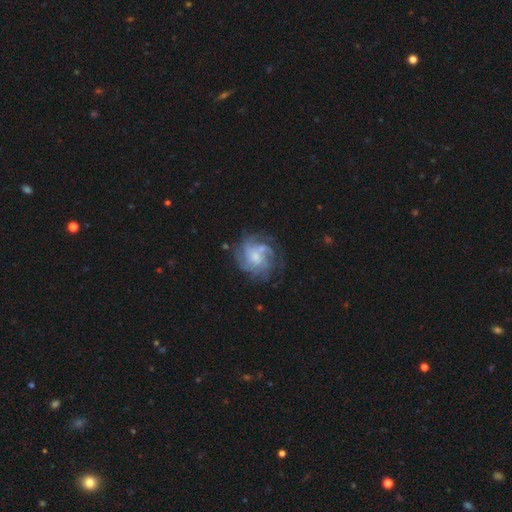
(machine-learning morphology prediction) smooth_or_featured: featured or disk (p=0.73) [alt: smooth p=0.18]
disk_edge_on: no (p=0.98) [alt: yes p=0.02]
bar: no (p=0.66) [alt: weak p=0.30]
has_spiral_arms: yes (p=0.87) [alt: no p=0.13]
spiral_winding: tight (p=0.46) [alt: medium p=0.37]
spiral_arm_count: can't tell (p=0.38) [alt: 4 p=0.23]
bulge_size: small (p=0.40) [alt: moderate p=0.39]
merging: none (p=0.64) [alt: minor disturbance p=0.18]